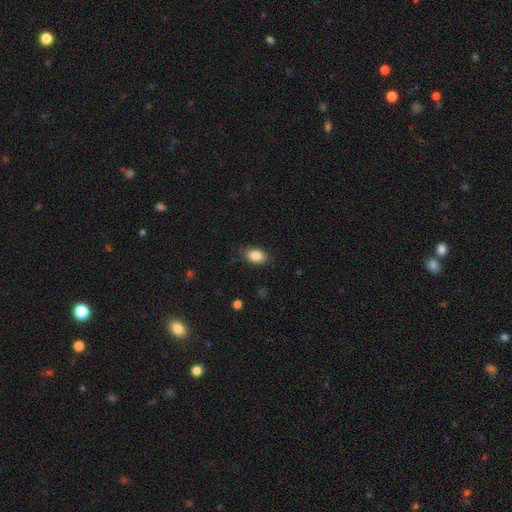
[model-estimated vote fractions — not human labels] This appears to be a smooth galaxy with no disk features (87%) that is in between round and cigar-shaped (87%). Merging: none (83%).